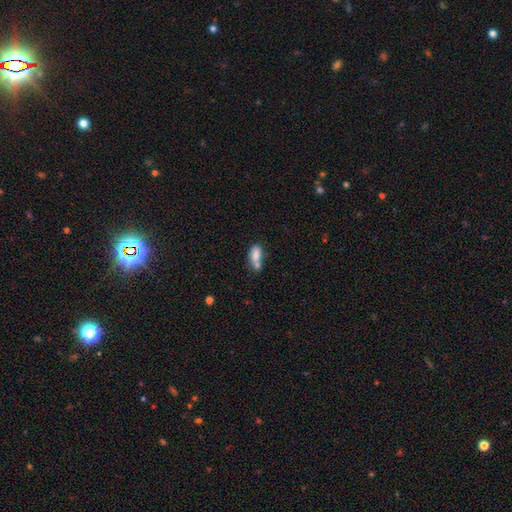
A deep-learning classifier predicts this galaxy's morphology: A smooth galaxy with no disk features (76%) that is in between round and cigar-shaped (84%).

Vote fractions:
- Smooth or featured? smooth: 76% / featured or disk: 15% / star or artifact: 9%
- How rounded? in between: 84% / cigar-shaped: 10% / round: 6%
- Merging? merger: 47% / none: 31% / minor disturbance: 15% / major disturbance: 6%